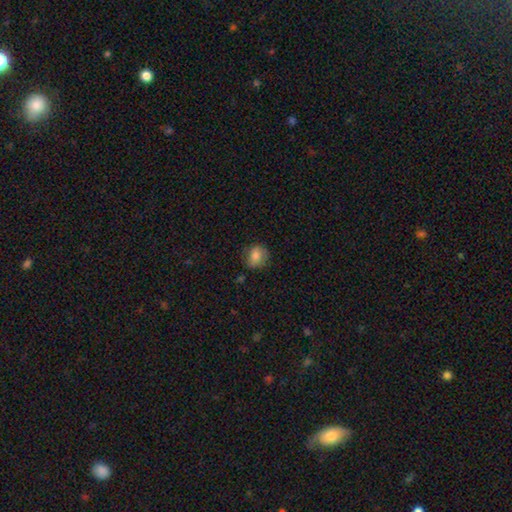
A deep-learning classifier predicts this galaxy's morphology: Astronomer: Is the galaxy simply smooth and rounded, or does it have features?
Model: smooth — 77%.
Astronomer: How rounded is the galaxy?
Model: round — 71%.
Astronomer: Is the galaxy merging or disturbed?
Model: none — 74%.